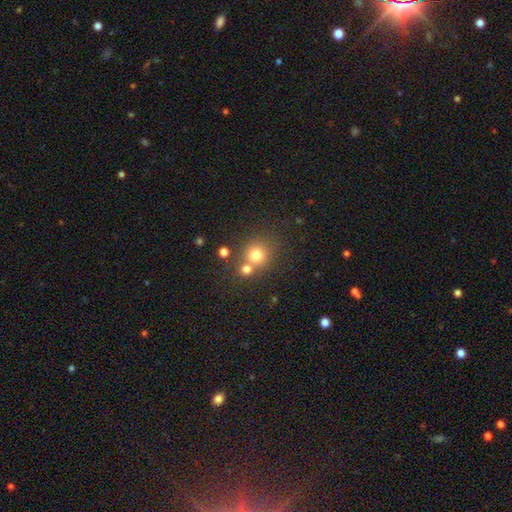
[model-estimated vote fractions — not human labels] Q: Smooth or featured?
A: smooth (75%); runner-up: star or artifact (15%)
Q: How rounded?
A: round (88%); runner-up: in between (11%)
Q: Merging?
A: none (56%); runner-up: merger (33%)